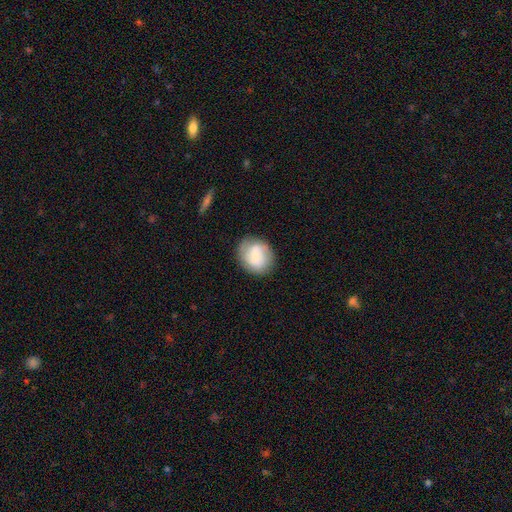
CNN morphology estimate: This is possibly a smooth galaxy (58%). How rounded: likely round (66%). Merging: likely none (75%).